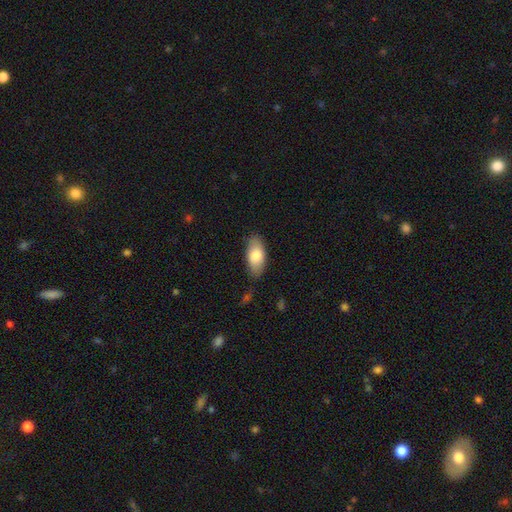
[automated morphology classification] Smooth or featured?
  - smooth: 80% *
  - featured or disk: 14%
  - star or artifact: 6%
How rounded?
  - in between: 90% *
  - cigar-shaped: 7%
  - round: 3%
Merging?
  - none: 81% *
  - minor disturbance: 14%
  - major disturbance: 3%
  - merger: 2%